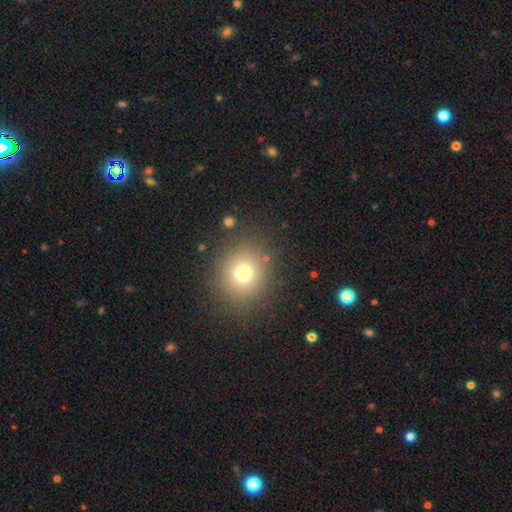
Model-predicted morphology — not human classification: Smooth or featured: smooth — 69% (star or artifact — 23%)
How rounded: round — 80% (in between — 18%)
Merging: none — 90% (minor disturbance — 6%)